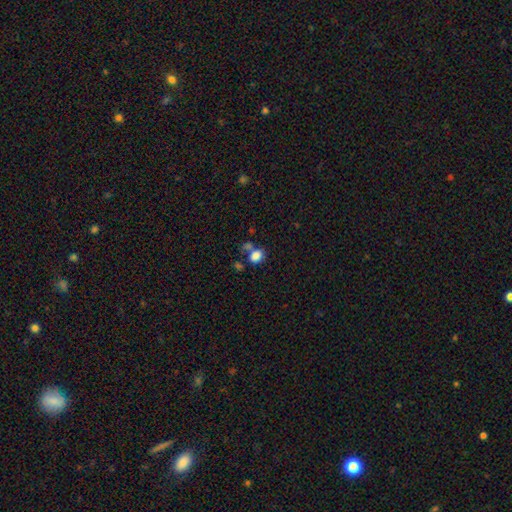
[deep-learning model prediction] Smooth or featured: smooth — 82% (star or artifact — 11%)
How rounded: in between — 63% (round — 35%)
Merging: none — 49% (merger — 28%)